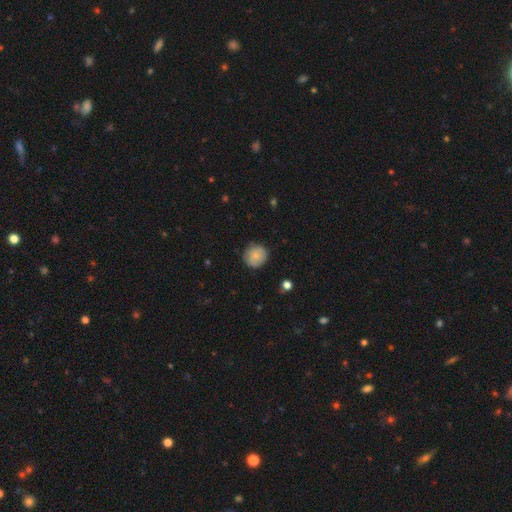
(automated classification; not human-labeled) smooth-or-featured: smooth: 82% | featured or disk: 10% | star or artifact: 8%
  how-rounded: round: 89% | in between: 10% | cigar-shaped: 1%
  merging: none: 82% | minor disturbance: 14% | major disturbance: 3% | merger: 1%